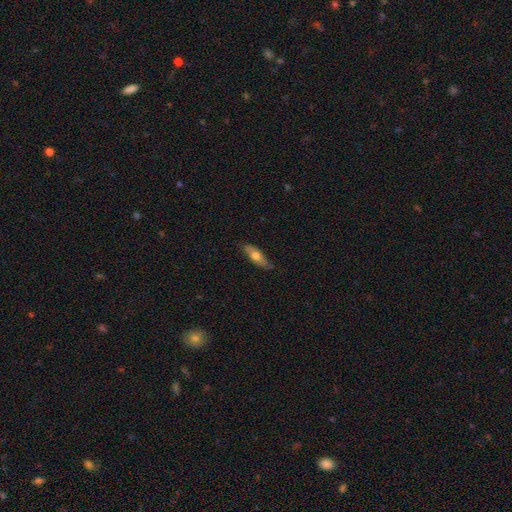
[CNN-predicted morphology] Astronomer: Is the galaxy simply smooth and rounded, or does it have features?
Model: smooth — 60%.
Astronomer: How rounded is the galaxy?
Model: in between — 54% (runner-up: cigar-shaped, 44%).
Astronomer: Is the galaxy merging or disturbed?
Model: none — 77%.